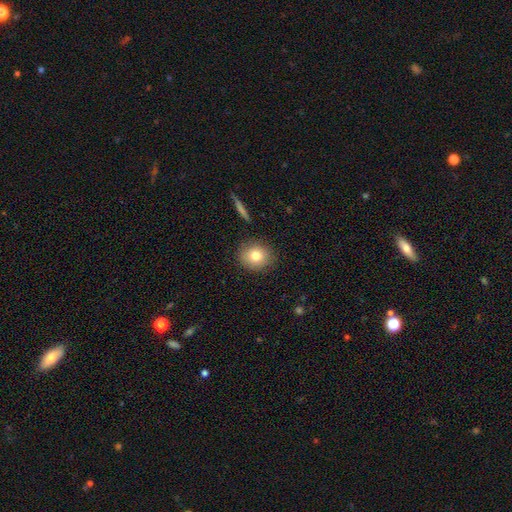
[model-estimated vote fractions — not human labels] Smooth or featured: smooth — 79% (featured or disk — 11%)
How rounded: round — 79% (in between — 20%)
Merging: none — 87% (minor disturbance — 9%)